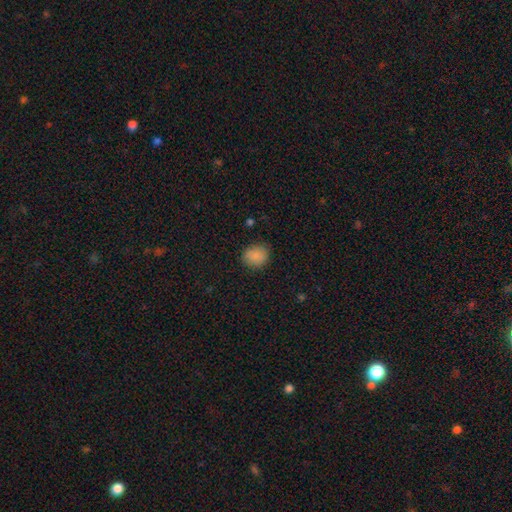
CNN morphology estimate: Q: Smooth or featured?
A: smooth (87%); runner-up: star or artifact (9%)
Q: How rounded?
A: round (62%); runner-up: in between (37%)
Q: Merging?
A: none (83%); runner-up: minor disturbance (13%)